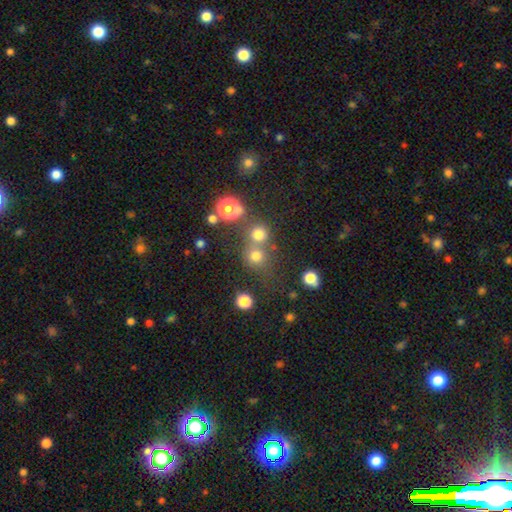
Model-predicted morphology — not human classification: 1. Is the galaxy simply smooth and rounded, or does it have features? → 73% smooth, 19% star or artifact, 8% featured or disk.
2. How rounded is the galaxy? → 89% round, 10% in between, 1% cigar-shaped.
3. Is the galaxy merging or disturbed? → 55% none, 34% merger, 7% minor disturbance, 4% major disturbance.